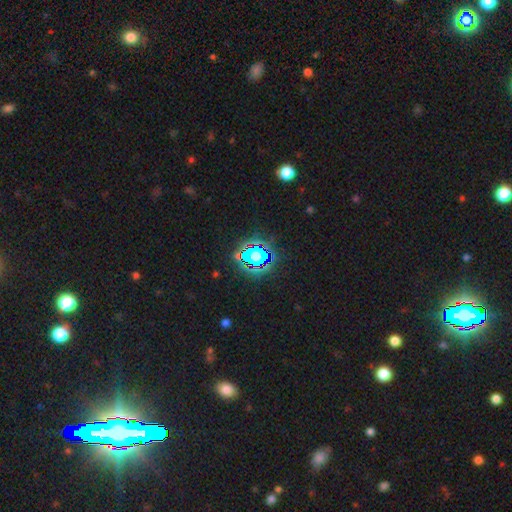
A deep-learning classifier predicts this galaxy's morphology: Smooth or featured: star or artifact — 66% (smooth — 22%)